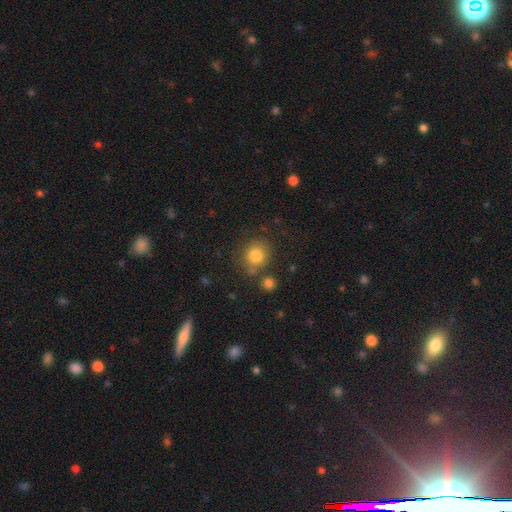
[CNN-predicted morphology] Smooth or featured? smooth (82%)
How rounded? round (87%)
Merging? none (76%)